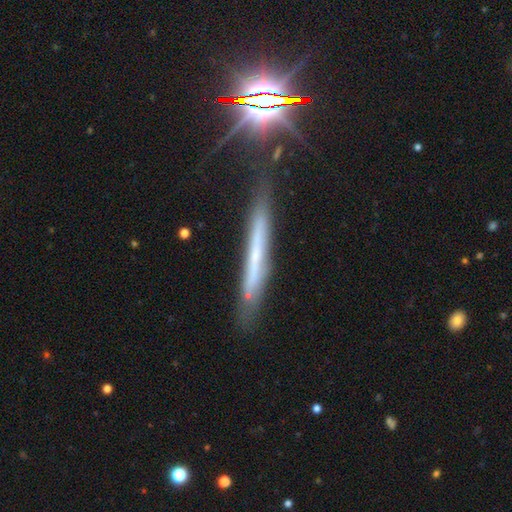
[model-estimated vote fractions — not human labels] This appears to be a featured or disk galaxy (52%) viewed edge-on (90%). Merging: none (81%).